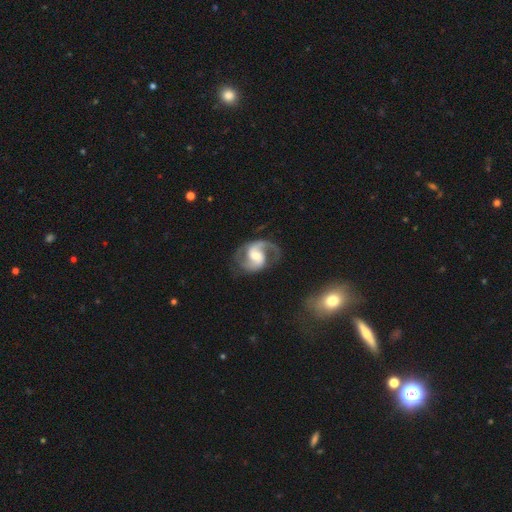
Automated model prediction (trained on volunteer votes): smooth_or_featured: featured or disk (p=0.88) [alt: smooth p=0.07]
disk_edge_on: no (p=0.98) [alt: yes p=0.02]
bar: weak (p=0.45) [alt: no p=0.36]
has_spiral_arms: yes (p=0.97) [alt: no p=0.03]
spiral_winding: medium (p=0.54) [alt: loose p=0.29]
spiral_arm_count: 2 (p=0.84) [alt: 1 p=0.09]
bulge_size: moderate (p=0.53) [alt: small p=0.28]
merging: none (p=0.67) [alt: minor disturbance p=0.17]